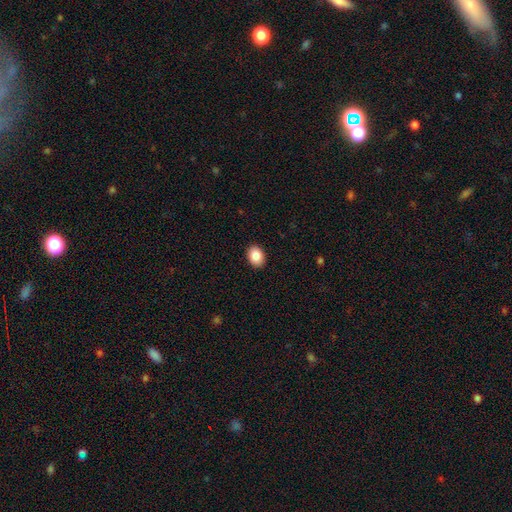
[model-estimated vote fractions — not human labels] Smooth or featured? smooth (88%)
How rounded? in between (70%)
Merging? none (91%)